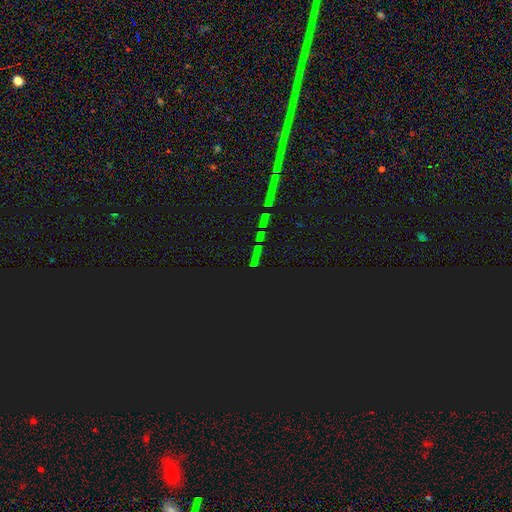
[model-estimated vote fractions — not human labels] Smooth or featured? Predicted: star or artifact (p=0.83).